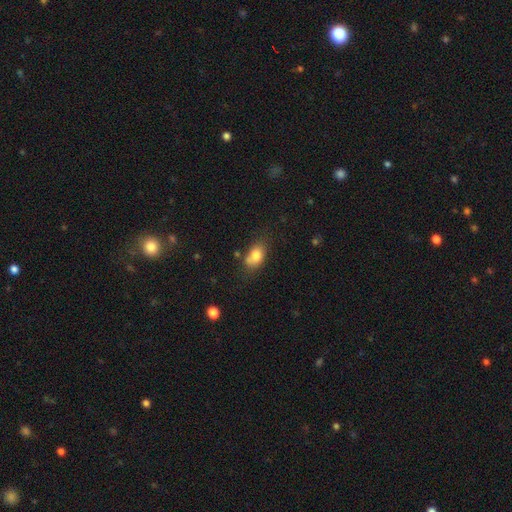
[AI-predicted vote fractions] Smooth or featured? smooth (79%)
How rounded? in between (81%)
Merging? none (55%)